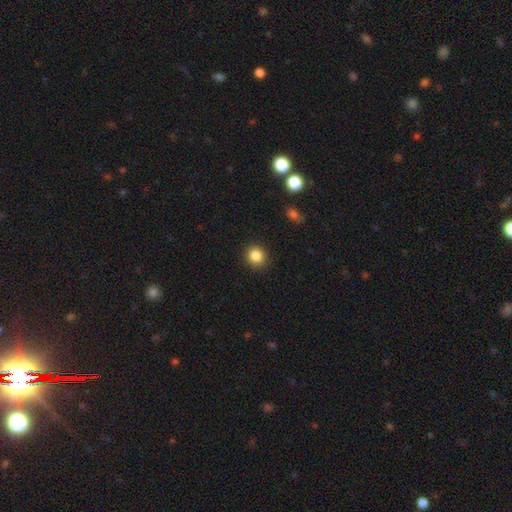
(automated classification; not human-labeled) Smooth or featured: smooth — 85% (star or artifact — 10%)
How rounded: round — 81% (in between — 18%)
Merging: none — 90% (minor disturbance — 6%)